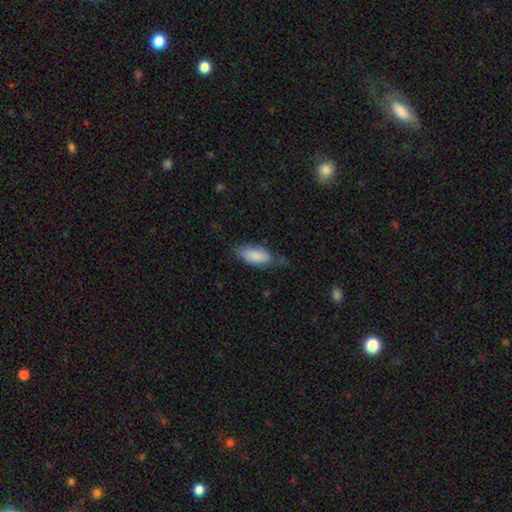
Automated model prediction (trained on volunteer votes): smooth-or-featured: smooth: 82% | featured or disk: 12% | star or artifact: 6%
  how-rounded: in between: 87% | cigar-shaped: 11% | round: 2%
  merging: none: 52% | minor disturbance: 35% | major disturbance: 12% | merger: 2%